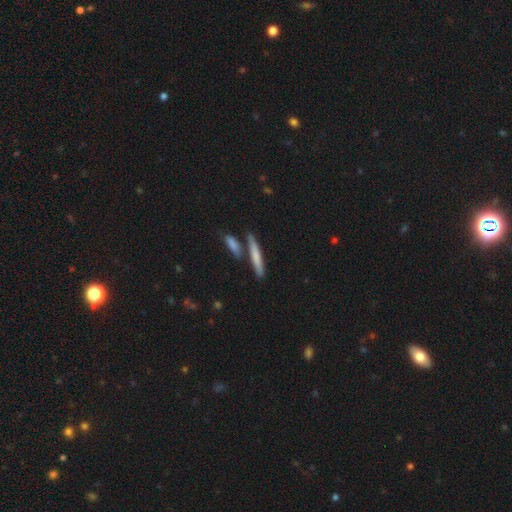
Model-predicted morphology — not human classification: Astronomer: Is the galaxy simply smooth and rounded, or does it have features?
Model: smooth — 68%.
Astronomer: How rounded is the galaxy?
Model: cigar-shaped — 89%.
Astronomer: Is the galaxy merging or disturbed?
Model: none — 74%.